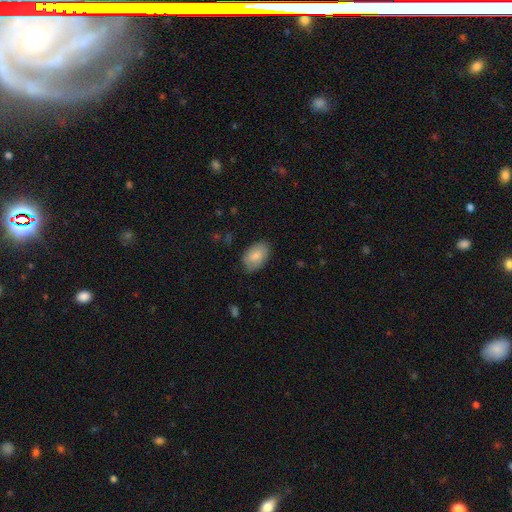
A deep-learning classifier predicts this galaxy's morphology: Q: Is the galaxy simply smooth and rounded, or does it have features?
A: smooth — 80%.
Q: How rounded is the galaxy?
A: in between — 91%.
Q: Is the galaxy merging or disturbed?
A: none — 81%.